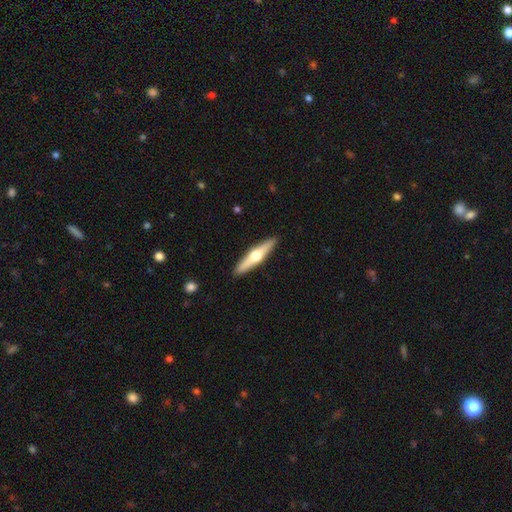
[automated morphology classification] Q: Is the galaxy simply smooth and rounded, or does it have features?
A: featured or disk — 60%.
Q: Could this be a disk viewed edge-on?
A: yes — 96%.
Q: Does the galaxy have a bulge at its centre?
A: rounded — 95%.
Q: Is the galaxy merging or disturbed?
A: none — 91%.